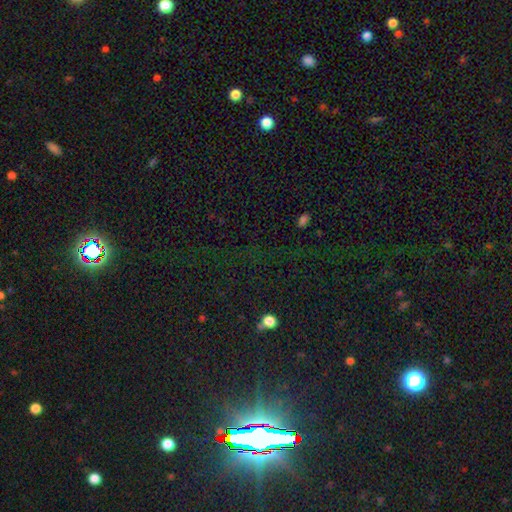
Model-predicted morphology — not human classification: Smooth or featured? Predicted: star or artifact (p=0.80).